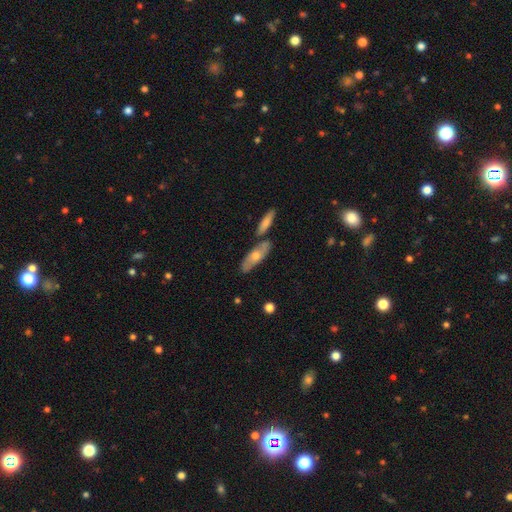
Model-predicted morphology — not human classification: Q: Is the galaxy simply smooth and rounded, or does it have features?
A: smooth — 47%.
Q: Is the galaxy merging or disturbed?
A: none — 63%.